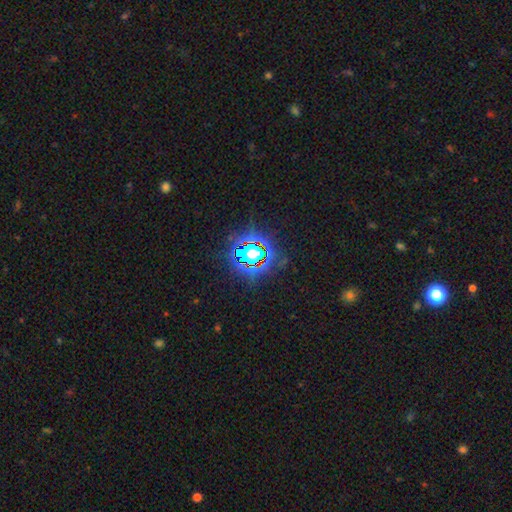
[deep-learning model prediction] Smooth or featured?
  - star or artifact: 73% *
  - smooth: 16%
  - featured or disk: 12%